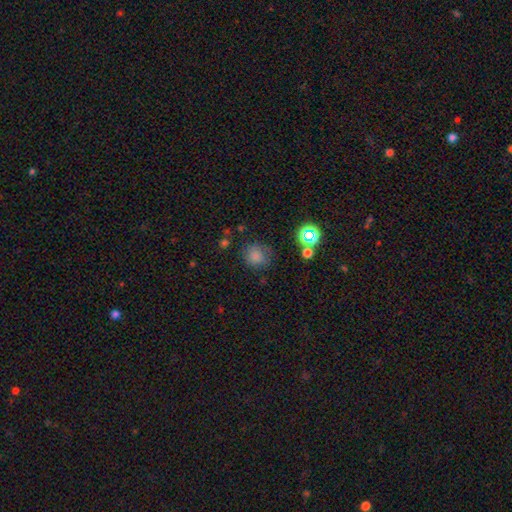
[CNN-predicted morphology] Smooth or featured? smooth (78%)
How rounded? round (84%)
Merging? none (75%)